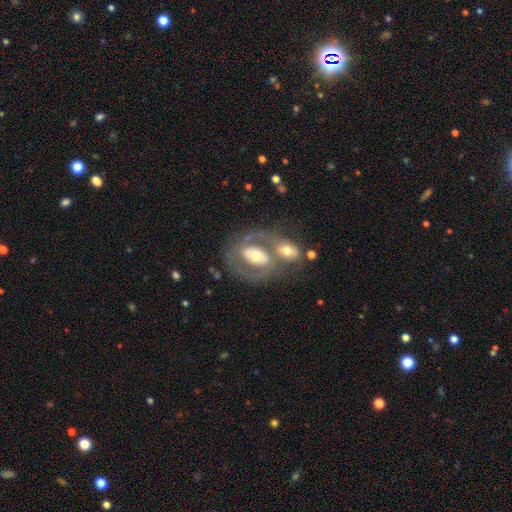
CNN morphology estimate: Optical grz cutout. It shows a featured or disk galaxy (71%) with no bar (42%), spiral arms (57%) and a moderate central bulge (67%). Merging: merger (41%).